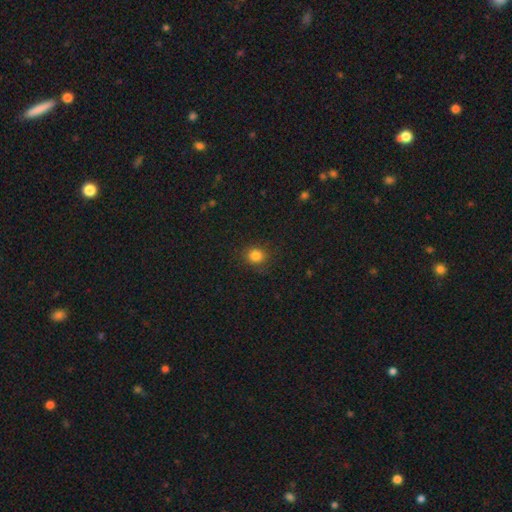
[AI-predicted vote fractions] A smooth galaxy with no disk features (83%) that is round (82%). Merging: none (86%).